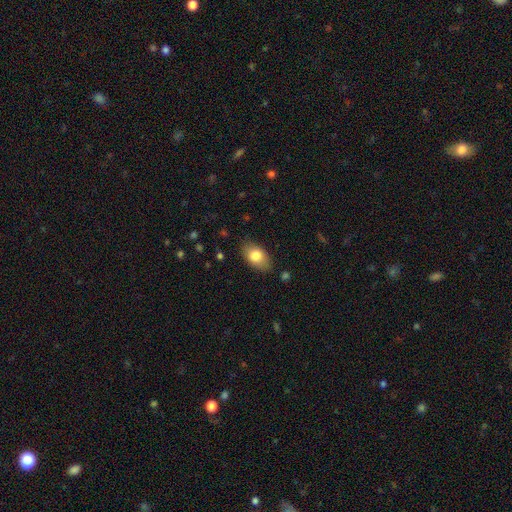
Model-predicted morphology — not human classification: Smooth or featured: smooth — 79% (featured or disk — 14%)
How rounded: in between — 90% (round — 8%)
Merging: none — 82% (minor disturbance — 13%)